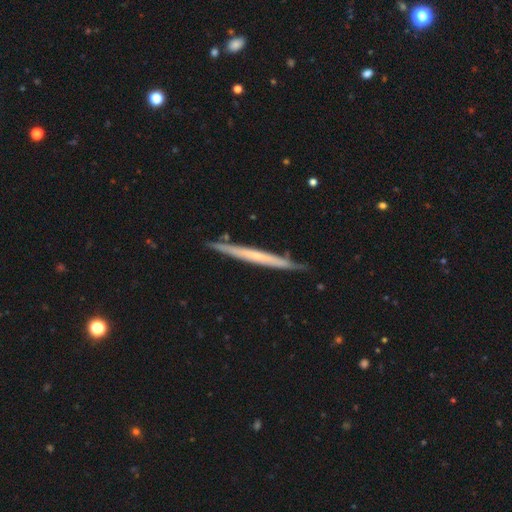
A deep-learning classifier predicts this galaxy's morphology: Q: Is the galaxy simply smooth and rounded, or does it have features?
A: featured or disk — 58%.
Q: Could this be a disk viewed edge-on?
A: yes — 96%.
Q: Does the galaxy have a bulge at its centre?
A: none — 82%.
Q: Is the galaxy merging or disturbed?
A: none — 84%.